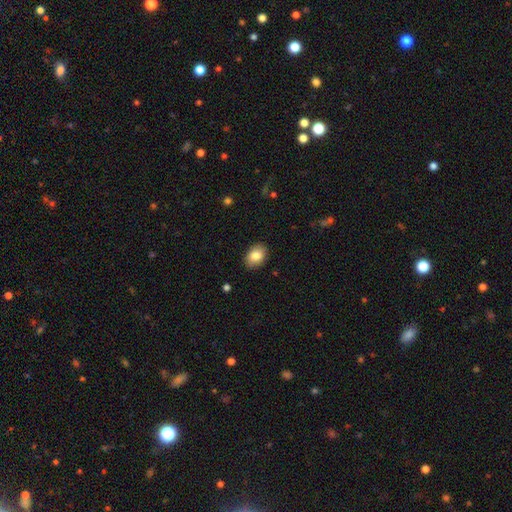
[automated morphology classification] type=smooth (84%); roundness=in between (78%); merging=none (88%).